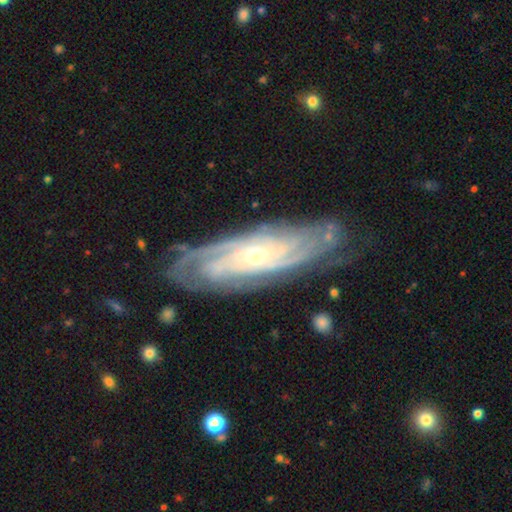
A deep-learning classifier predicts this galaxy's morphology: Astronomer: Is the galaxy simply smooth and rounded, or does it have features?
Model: featured or disk — 89%.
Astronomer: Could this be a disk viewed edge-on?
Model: no — 87%.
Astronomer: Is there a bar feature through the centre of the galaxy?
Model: no — 71%.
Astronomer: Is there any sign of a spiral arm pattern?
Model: yes — 97%.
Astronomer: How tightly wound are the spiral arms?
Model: tight — 75%.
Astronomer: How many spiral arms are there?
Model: can't tell — 32% (runner-up: 4, 21%).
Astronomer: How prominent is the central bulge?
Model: small — 57% (runner-up: moderate, 40%).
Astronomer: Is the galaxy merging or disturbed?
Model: none — 78%.